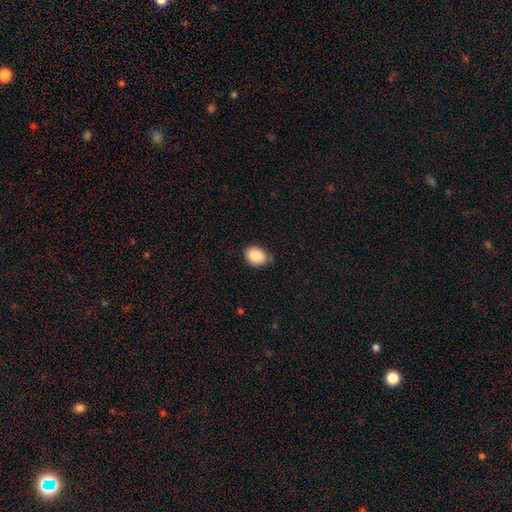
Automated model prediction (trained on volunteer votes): smooth-or-featured: smooth: 88% | star or artifact: 8% | featured or disk: 4%
  how-rounded: in between: 52% | round: 47% | cigar-shaped: 1%
  merging: none: 69% | minor disturbance: 26% | major disturbance: 4% | merger: 2%